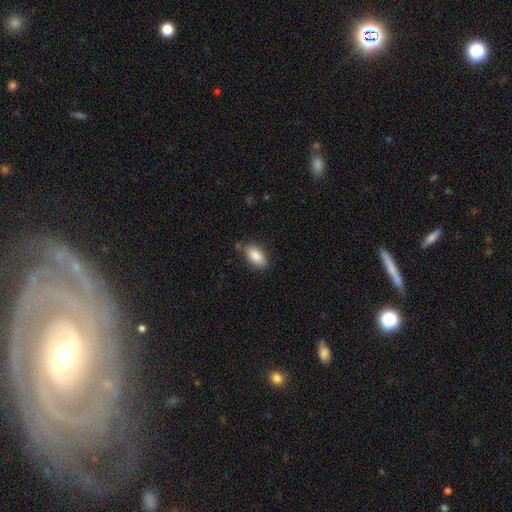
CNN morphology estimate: Smooth or featured? smooth (88%)
How rounded? in between (92%)
Merging? none (80%)